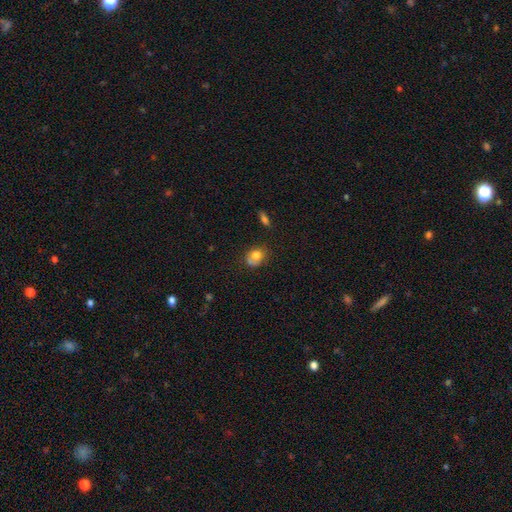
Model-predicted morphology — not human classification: Overall: smooth (76%). How rounded: round (54%; in between 45%). Merging: none (51%; minor disturbance 26%).